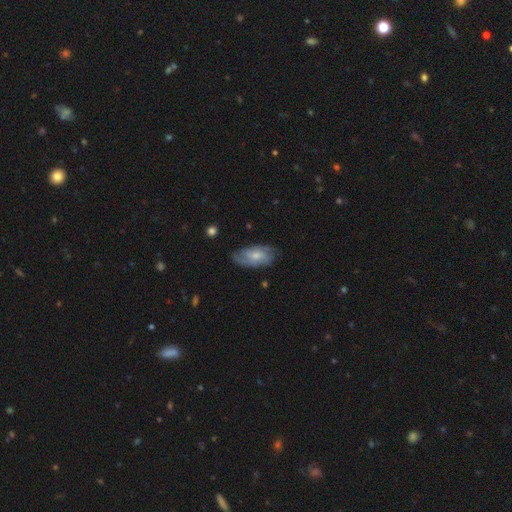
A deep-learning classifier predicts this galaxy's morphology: type=featured or disk (57%); edge-on=no (93%); bar=no (68%); spiral arms=yes (84%); bulge=moderate (46%); merging=none (69%).